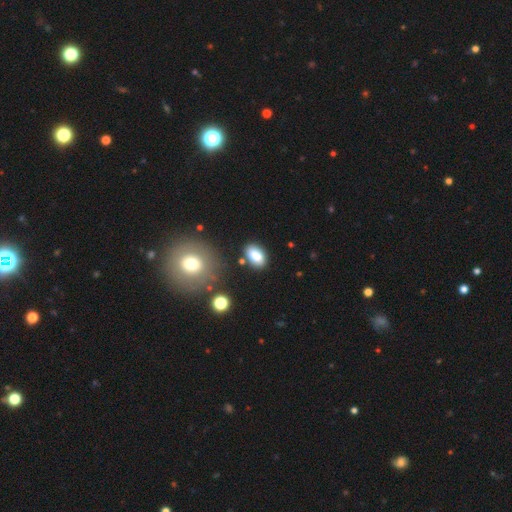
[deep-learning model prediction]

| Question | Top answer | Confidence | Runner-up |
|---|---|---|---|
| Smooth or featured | smooth | 83% | star or artifact (9%) |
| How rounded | in between | 90% | round (8%) |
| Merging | none | 80% | minor disturbance (12%) |